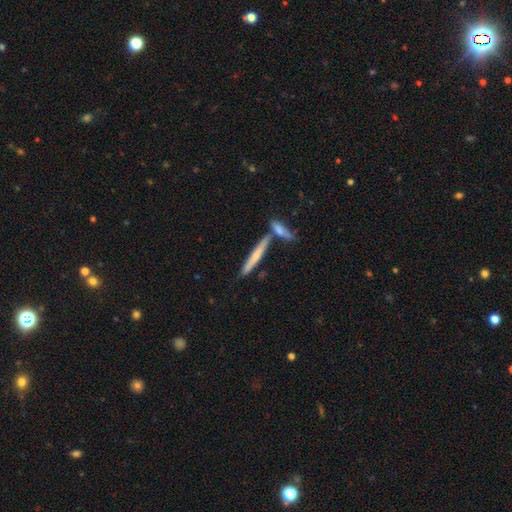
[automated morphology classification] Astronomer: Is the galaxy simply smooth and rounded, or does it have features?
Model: smooth — 52% (runner-up: featured or disk, 42%).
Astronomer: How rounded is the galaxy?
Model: cigar-shaped — 93%.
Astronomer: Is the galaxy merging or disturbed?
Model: none — 70%.